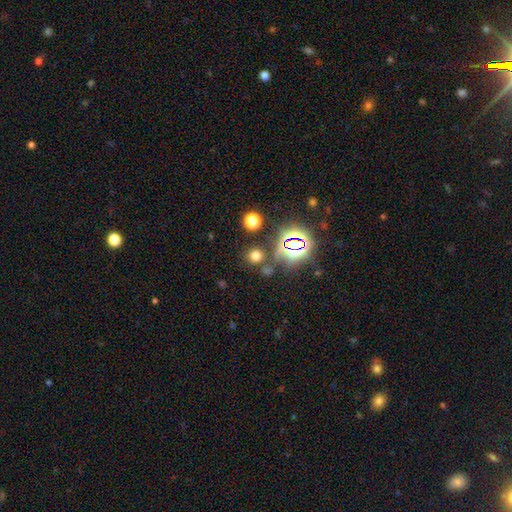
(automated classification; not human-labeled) smooth-or-featured: smooth: 62% | star or artifact: 32% | featured or disk: 6%
  how-rounded: round: 89% | in between: 10% | cigar-shaped: 1%
  merging: none: 80% | merger: 9% | minor disturbance: 8% | major disturbance: 4%